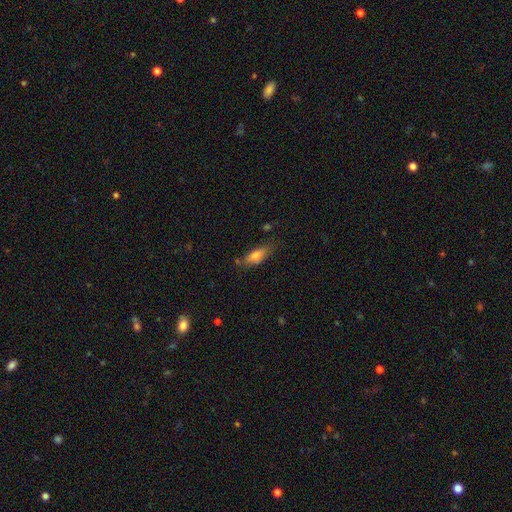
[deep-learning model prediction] The model was most divided on "merging": none: 64%, minor disturbance: 24%, major disturbance: 6%, merger: 6%. More confident: smooth or featured — smooth (74%); how rounded — in between (69%).